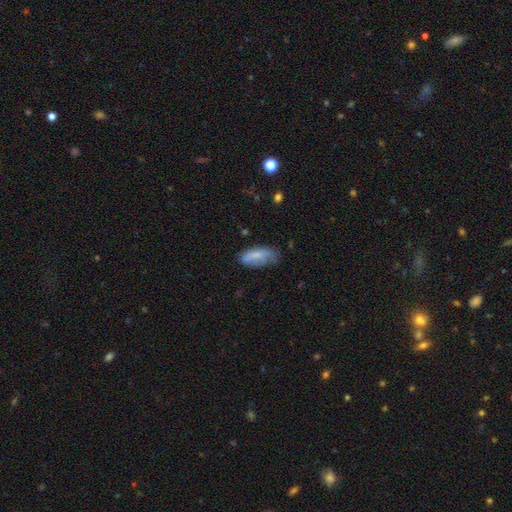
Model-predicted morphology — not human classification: smooth 76%, featured or disk 17%, star or artifact 7%. Down the decision tree: how rounded — in between (79%); merging — none (51%).